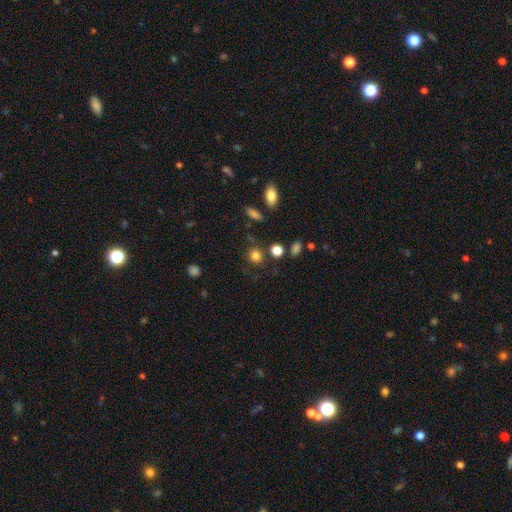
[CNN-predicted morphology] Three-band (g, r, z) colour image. It shows a smooth galaxy with no disk features (81%) that is round (85%). Merging: none (79%).